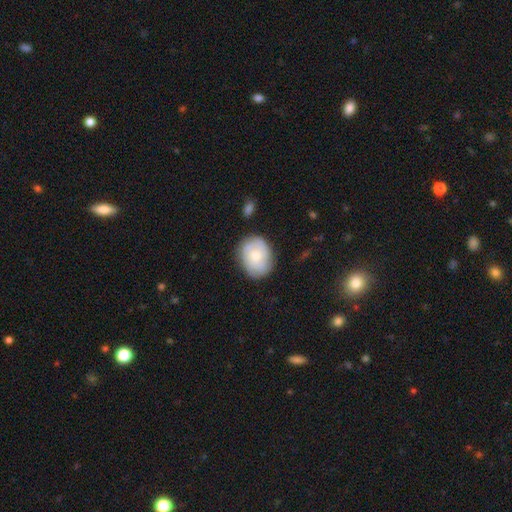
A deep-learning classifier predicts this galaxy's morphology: This appears to be a smooth galaxy with no disk features (52%) that is round (51%). Merging: none (75%).